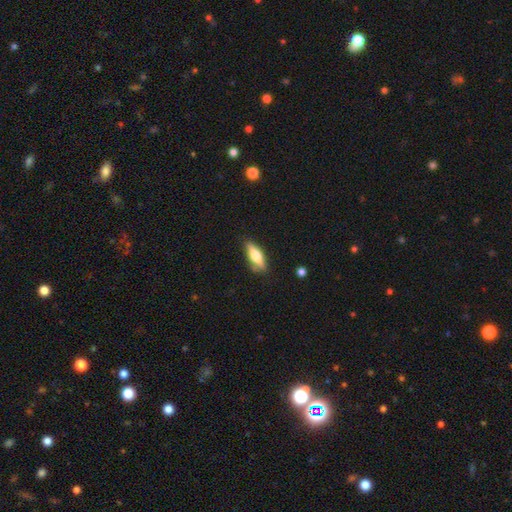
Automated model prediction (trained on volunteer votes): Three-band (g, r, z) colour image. It shows a smooth galaxy with no disk features (62%) that is in between round and cigar-shaped (55%). Merging: none (79%).